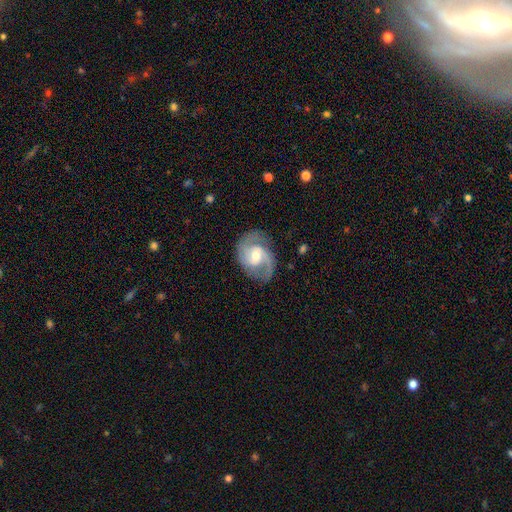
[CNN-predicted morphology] A featured or disk galaxy (87%) with a weak bar (48%), 2 (86%) medium (55%) spiral arms (96%) and a moderate central bulge (64%). Merging: none (77%).